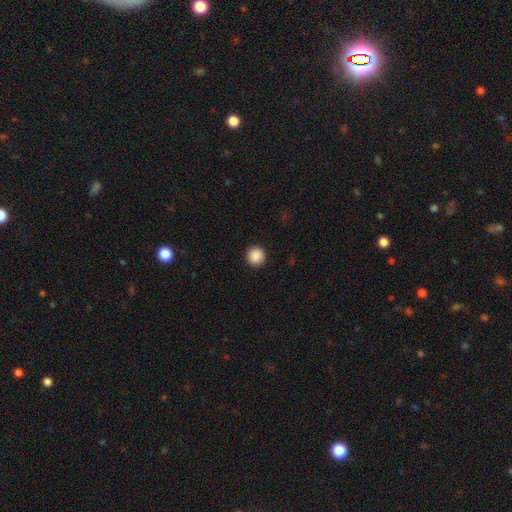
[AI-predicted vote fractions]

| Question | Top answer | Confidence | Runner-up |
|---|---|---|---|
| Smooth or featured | smooth | 89% | star or artifact (8%) |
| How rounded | round | 95% | in between (4%) |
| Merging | none | 93% | minor disturbance (5%) |